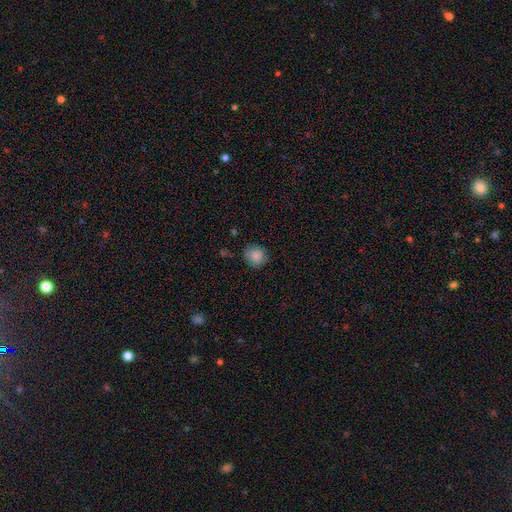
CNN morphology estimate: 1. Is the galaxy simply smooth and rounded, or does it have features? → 86% smooth, 9% star or artifact, 5% featured or disk.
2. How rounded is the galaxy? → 84% round, 15% in between, 1% cigar-shaped.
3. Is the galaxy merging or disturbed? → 78% none, 17% minor disturbance, 3% major disturbance, 2% merger.